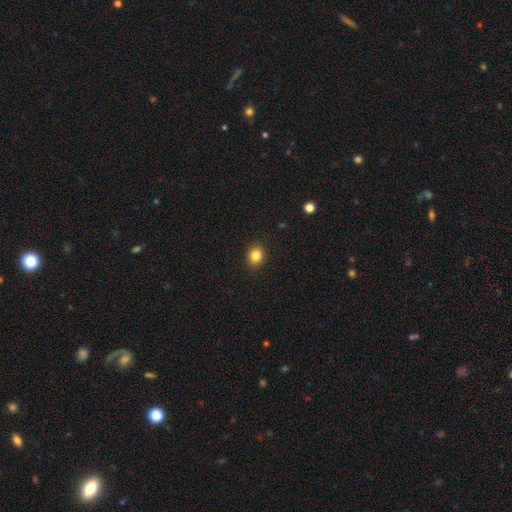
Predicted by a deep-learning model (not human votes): The model was most divided on "how rounded": round: 63%, in between: 37%, cigar-shaped: 1%. More confident: merging — none (90%); smooth or featured — smooth (84%).